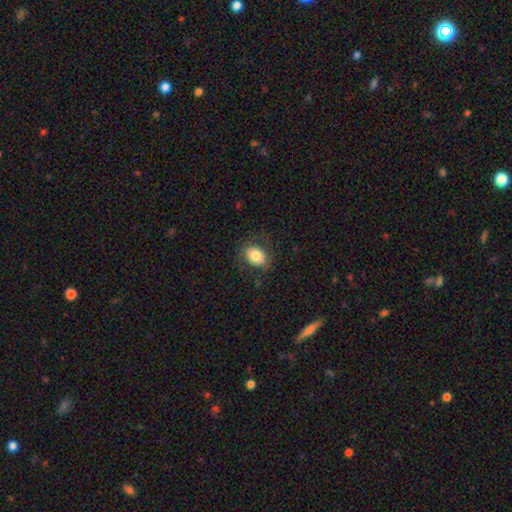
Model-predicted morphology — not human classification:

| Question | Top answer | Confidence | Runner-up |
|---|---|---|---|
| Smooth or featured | smooth | 78% | featured or disk (14%) |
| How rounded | in between | 72% | round (27%) |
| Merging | none | 76% | minor disturbance (16%) |